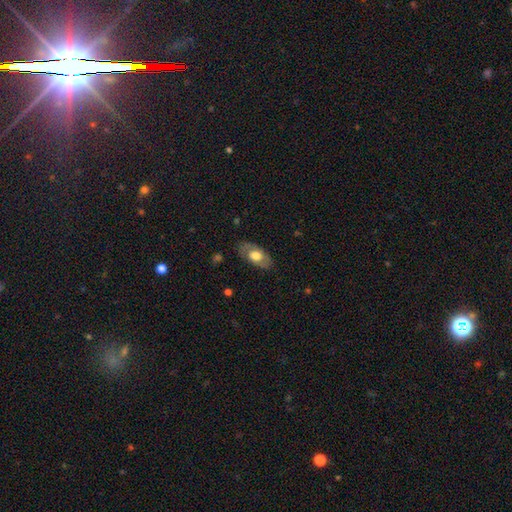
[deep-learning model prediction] Overall: smooth (54%; featured or disk 40%). How rounded: in between (91%). Merging: none (78%).